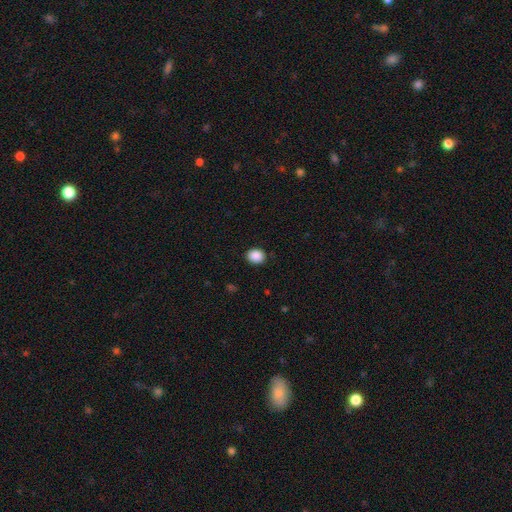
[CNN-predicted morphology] Smooth or featured?
  - smooth: 89% *
  - star or artifact: 8%
  - featured or disk: 2%
How rounded?
  - round: 62% *
  - in between: 37%
  - cigar-shaped: 1%
Merging?
  - none: 89% *
  - minor disturbance: 8%
  - major disturbance: 2%
  - merger: 1%